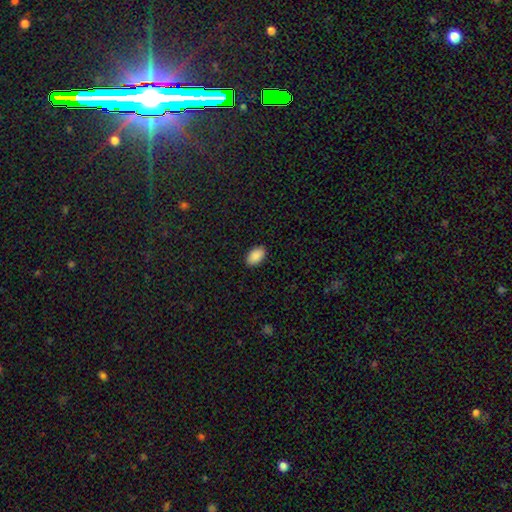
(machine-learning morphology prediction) The model was most divided on "merging": none: 90%, minor disturbance: 7%, major disturbance: 2%, merger: 1%. More confident: how rounded — in between (93%); smooth or featured — smooth (90%).